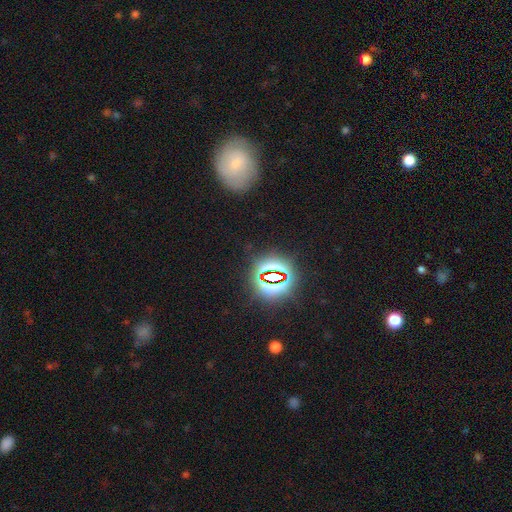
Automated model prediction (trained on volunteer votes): Smooth or featured? star or artifact (76%)